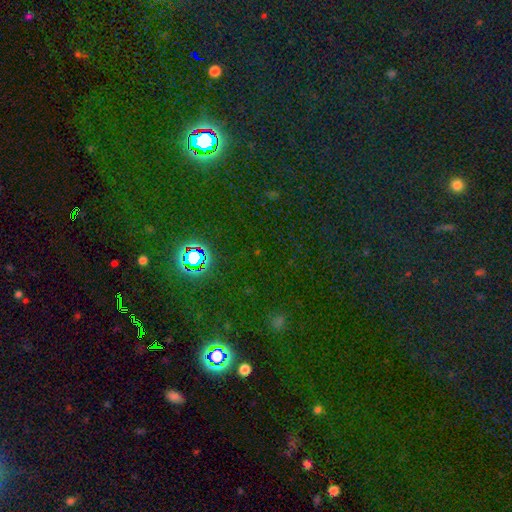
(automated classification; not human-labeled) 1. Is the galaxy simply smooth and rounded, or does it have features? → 76% star or artifact, 17% smooth, 7% featured or disk.